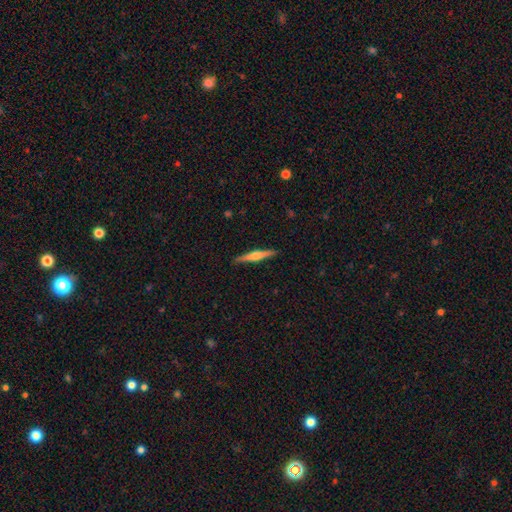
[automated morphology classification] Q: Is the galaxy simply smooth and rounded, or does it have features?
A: featured or disk — 65%.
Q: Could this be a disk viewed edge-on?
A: yes — 98%.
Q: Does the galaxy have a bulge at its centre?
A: rounded — 88%.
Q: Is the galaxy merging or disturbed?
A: none — 91%.